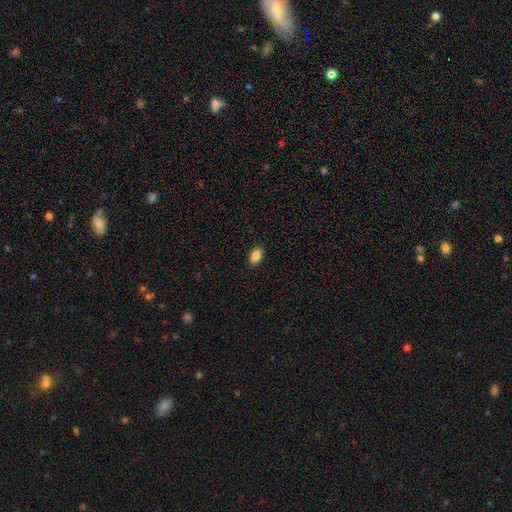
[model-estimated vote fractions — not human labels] smooth_or_featured: smooth (p=0.87) [alt: star or artifact p=0.08]
how_rounded: in between (p=0.91) [alt: round p=0.07]
merging: none (p=0.90) [alt: minor disturbance p=0.07]